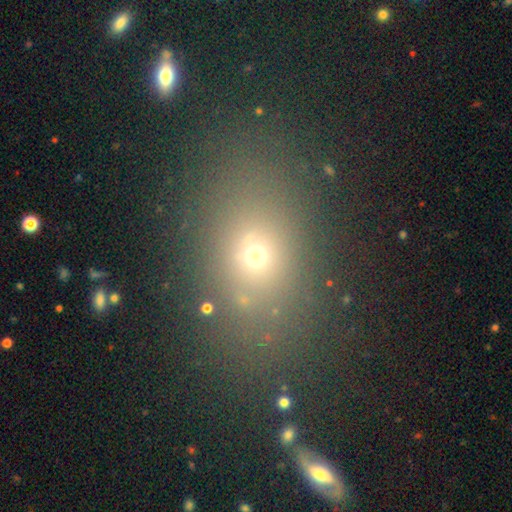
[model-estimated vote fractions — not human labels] This is likely a smooth galaxy (61%). How rounded: possibly in between (59%). Merging: clearly none (80%).